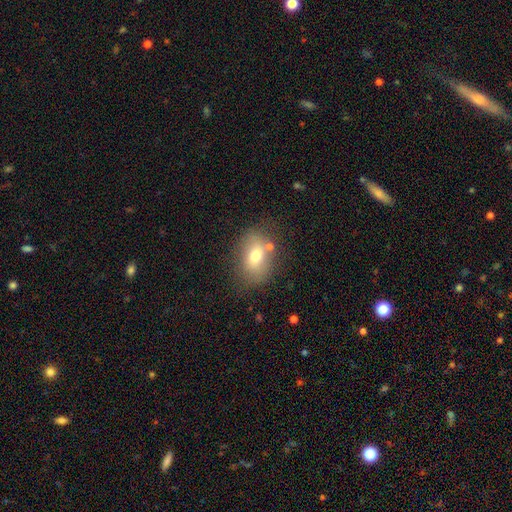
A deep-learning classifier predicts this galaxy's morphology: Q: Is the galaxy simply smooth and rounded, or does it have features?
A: smooth — 68%.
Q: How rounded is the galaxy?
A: in between — 69%.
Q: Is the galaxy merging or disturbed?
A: none — 71%.